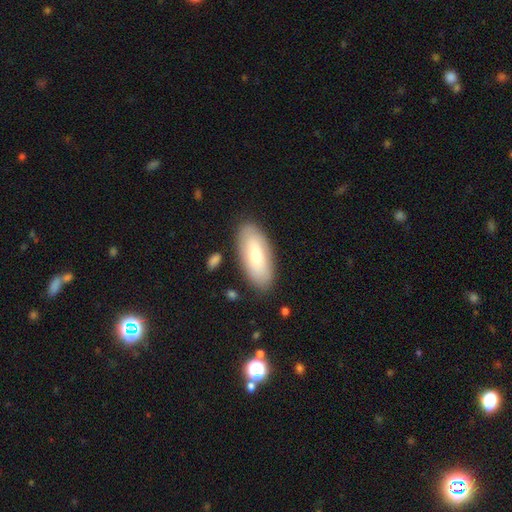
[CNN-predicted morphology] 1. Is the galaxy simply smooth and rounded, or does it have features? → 69% smooth, 25% featured or disk, 6% star or artifact.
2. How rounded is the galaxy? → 87% in between, 11% cigar-shaped, 2% round.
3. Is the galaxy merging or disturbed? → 84% none, 11% minor disturbance, 3% major disturbance, 2% merger.